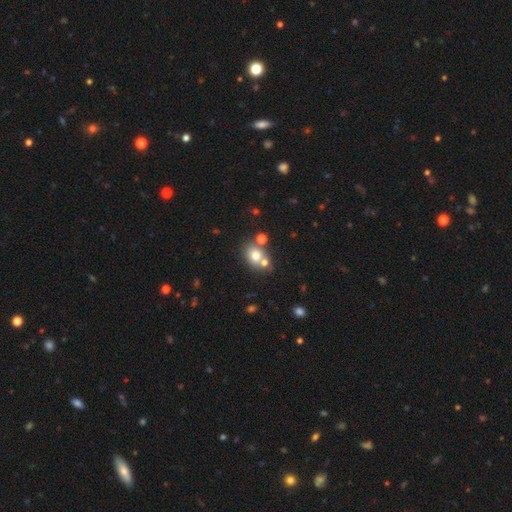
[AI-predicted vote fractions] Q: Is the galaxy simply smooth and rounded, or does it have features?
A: smooth — 72%.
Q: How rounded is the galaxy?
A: round — 59%.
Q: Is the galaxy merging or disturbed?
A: none — 55%.